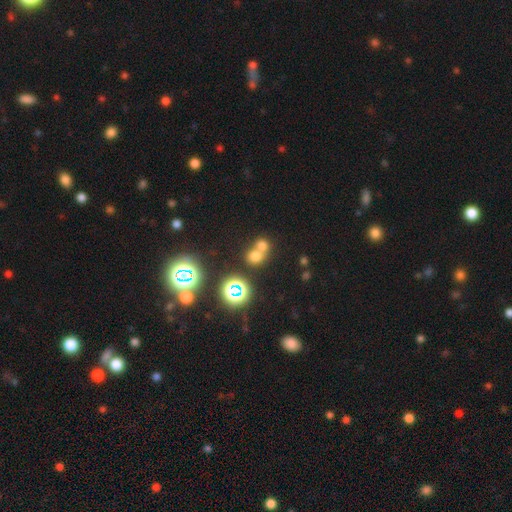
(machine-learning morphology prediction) smooth_or_featured: smooth (p=0.61) [alt: star or artifact p=0.28]
how_rounded: round (p=0.75) [alt: in between p=0.24]
merging: merger (p=0.53) [alt: none p=0.38]